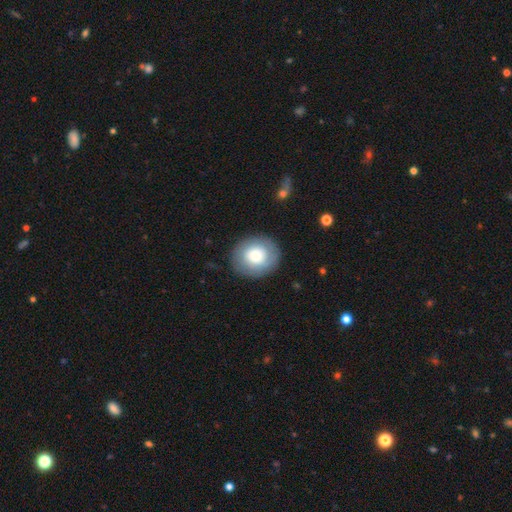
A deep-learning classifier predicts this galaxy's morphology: Smooth or featured?
  - smooth: 72% *
  - featured or disk: 21%
  - star or artifact: 7%
How rounded?
  - round: 81% *
  - in between: 18%
  - cigar-shaped: 1%
Merging?
  - none: 86% *
  - minor disturbance: 10%
  - major disturbance: 3%
  - merger: 1%